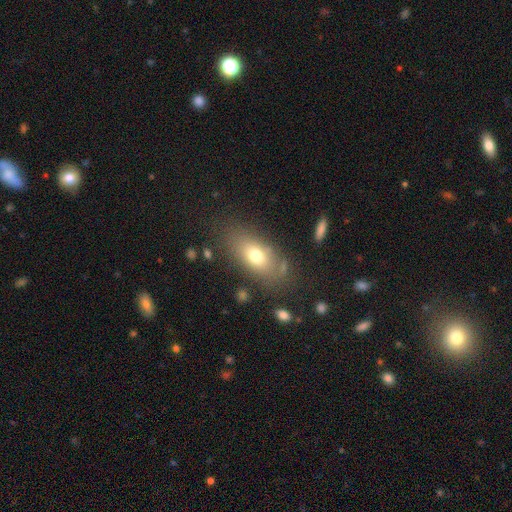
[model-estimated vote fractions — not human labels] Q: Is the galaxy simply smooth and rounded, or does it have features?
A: smooth — 71%.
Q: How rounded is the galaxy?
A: in between — 82%.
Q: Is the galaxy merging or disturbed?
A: none — 75%.